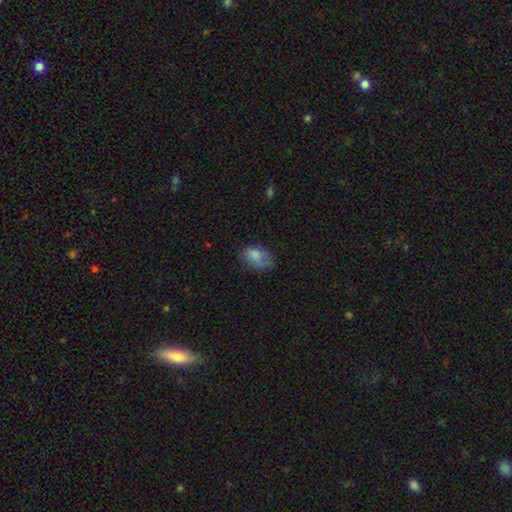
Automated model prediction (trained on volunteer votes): Q: Smooth or featured?
A: smooth (76%); runner-up: featured or disk (14%)
Q: How rounded?
A: in between (82%); runner-up: round (17%)
Q: Merging?
A: none (49%); runner-up: minor disturbance (33%)